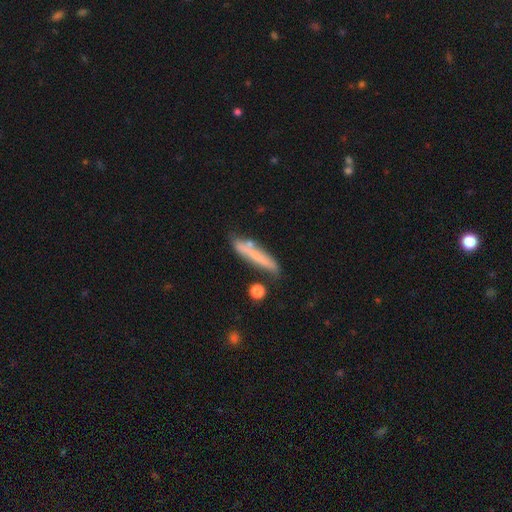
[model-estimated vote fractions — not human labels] Smooth or featured? Predicted: smooth (p=0.58). How rounded? Predicted: cigar-shaped (p=0.88). Merging? Predicted: none (p=0.60).